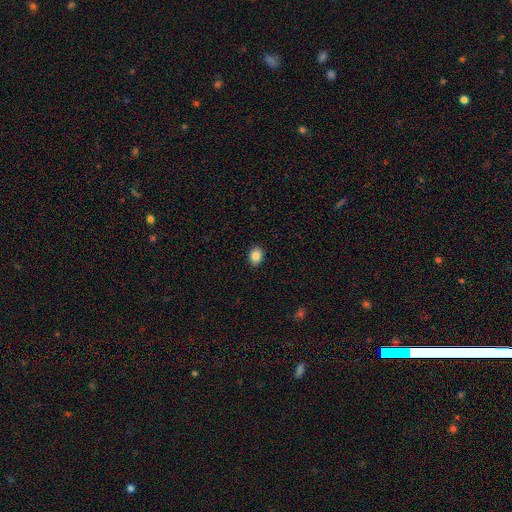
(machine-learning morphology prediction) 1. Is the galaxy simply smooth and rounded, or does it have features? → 86% smooth, 9% star or artifact, 6% featured or disk.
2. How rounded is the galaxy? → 66% in between, 33% round, 1% cigar-shaped.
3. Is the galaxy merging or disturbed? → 90% none, 7% minor disturbance, 2% major disturbance, 1% merger.